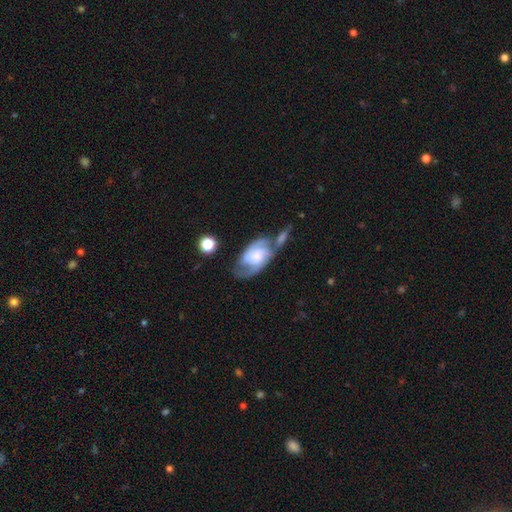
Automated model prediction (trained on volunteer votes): Smooth or featured?
  - featured or disk: 74% *
  - smooth: 19%
  - star or artifact: 6%
Edge-on disk?
  - no: 96% *
  - yes: 4%
Bar?
  - no: 59% *
  - weak: 32%
  - strong: 10%
Spiral arms?
  - yes: 94% *
  - no: 6%
Spiral winding?
  - medium: 47% *
  - tight: 32%
  - loose: 21%
Spiral arm count?
  - 2: 72% *
  - can't tell: 11%
  - 3: 10%
  - 1: 3%
  - 4: 2%
  - more than 4: 2%
Bulge size?
  - none: 30% *
  - small: 26%
  - moderate: 19%
  - large: 19%
  - dominant: 5%
Merging?
  - none: 42% *
  - merger: 22%
  - minor disturbance: 21%
  - major disturbance: 14%